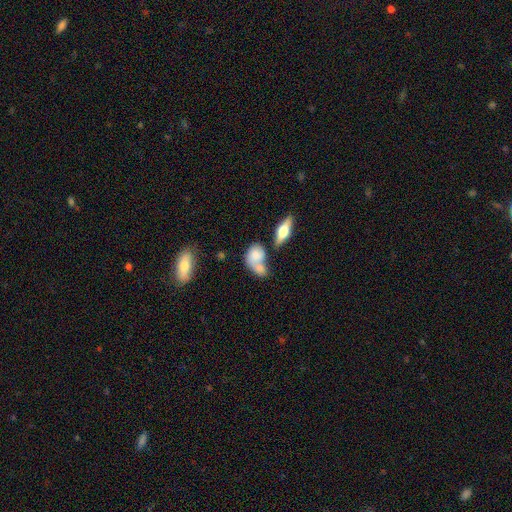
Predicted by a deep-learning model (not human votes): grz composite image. It shows a smooth galaxy with no disk features (69%) that is in between round and cigar-shaped (69%). Merging: merger (50%).